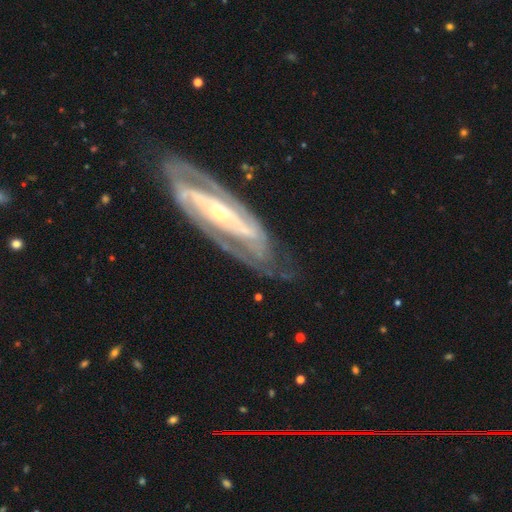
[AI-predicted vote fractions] Smooth or featured? featured or disk (88%)
Edge-on disk? no (89%)
Bar? strong (38%, tied with no)
Spiral arms? yes (93%)
Spiral winding? tight (50%)
Spiral arm count? 2 (75%)
Bulge size? small (67%)
Merging? none (72%)